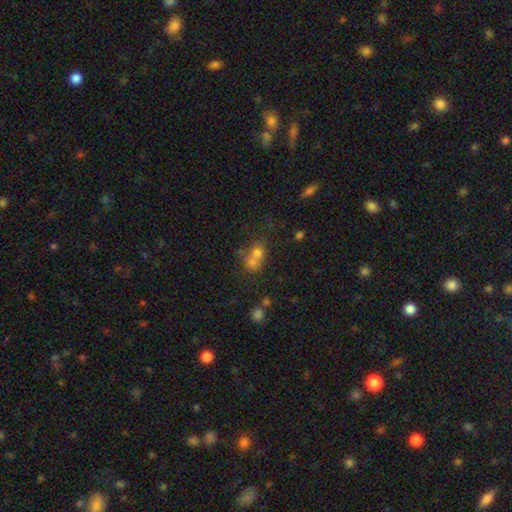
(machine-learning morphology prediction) A smooth galaxy with no disk features (67%) that is round (72%).

Vote fractions:
- Smooth or featured? smooth: 67% / featured or disk: 17% / star or artifact: 16%
- How rounded? round: 72% / in between: 27% / cigar-shaped: 1%
- Merging? merger: 61% / none: 28% / minor disturbance: 7% / major disturbance: 4%